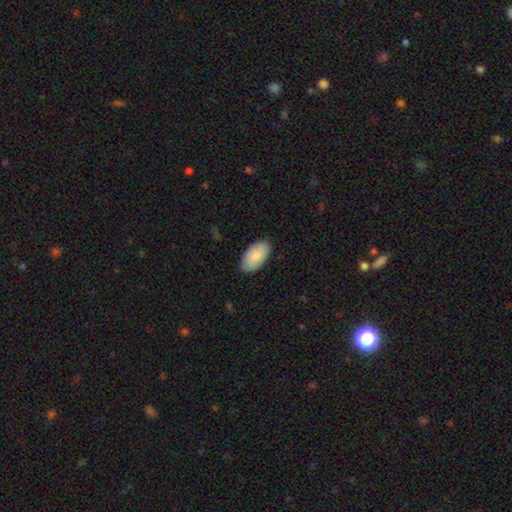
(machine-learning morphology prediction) This is clearly a smooth galaxy (88%). How rounded: clearly in between (96%). Merging: clearly none (86%).